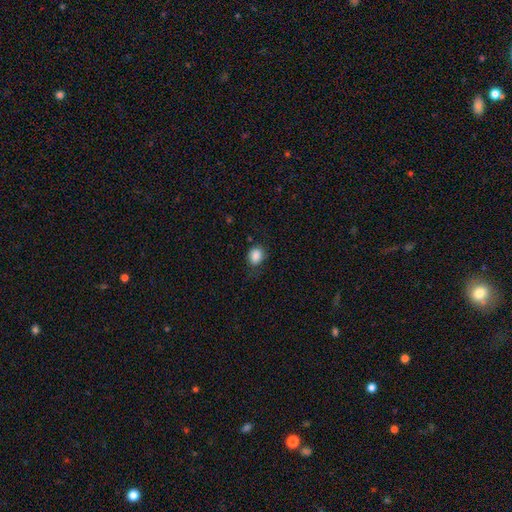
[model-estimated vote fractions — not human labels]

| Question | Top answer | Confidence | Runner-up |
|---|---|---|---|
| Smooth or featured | smooth | 86% | star or artifact (9%) |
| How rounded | round | 50% | in between (49%) |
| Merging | none | 68% | minor disturbance (23%) |